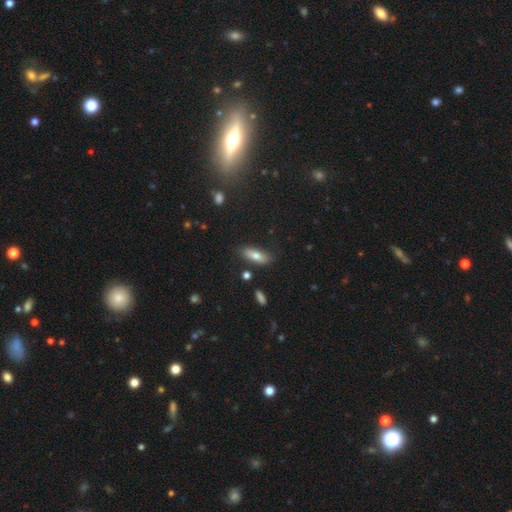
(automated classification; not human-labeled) smooth-or-featured: smooth: 72% | featured or disk: 19% | star or artifact: 8%
  how-rounded: in between: 68% | cigar-shaped: 29% | round: 3%
  merging: none: 77% | minor disturbance: 16% | major disturbance: 4% | merger: 3%